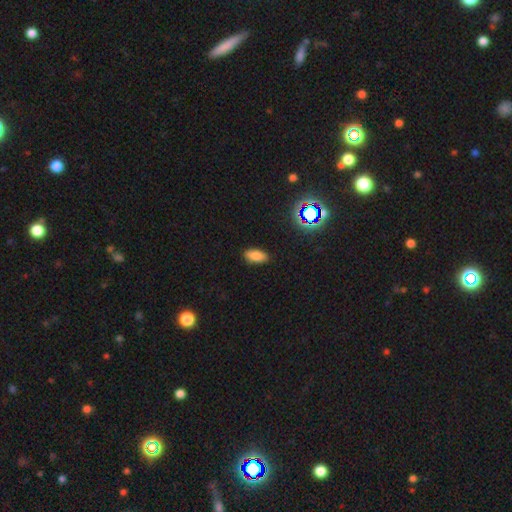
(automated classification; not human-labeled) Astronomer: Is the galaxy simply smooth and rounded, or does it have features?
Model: smooth — 80%.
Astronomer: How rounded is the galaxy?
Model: in between — 89%.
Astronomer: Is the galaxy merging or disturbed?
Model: none — 87%.